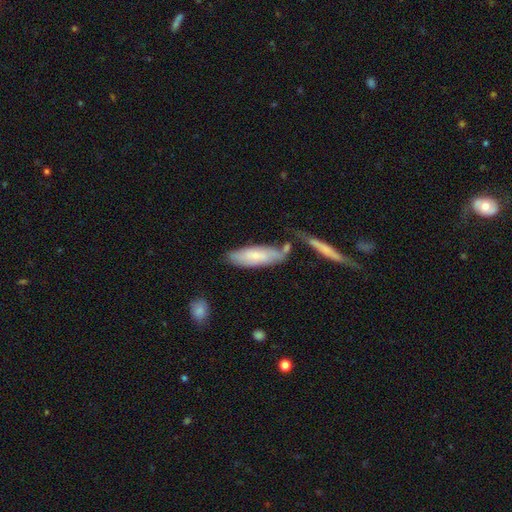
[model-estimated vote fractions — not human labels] Morphology: type=smooth (68%); roundness=in between (57%); merging=none (57%).